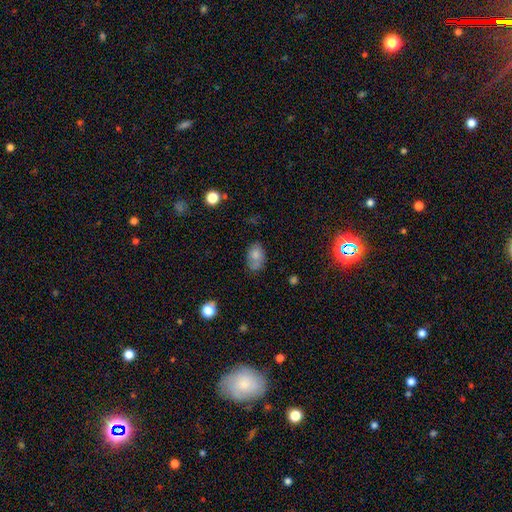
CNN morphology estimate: smooth_or_featured: smooth (p=0.75) [alt: featured or disk p=0.15]
how_rounded: in between (p=0.83) [alt: round p=0.16]
merging: none (p=0.52) [alt: minor disturbance p=0.27]